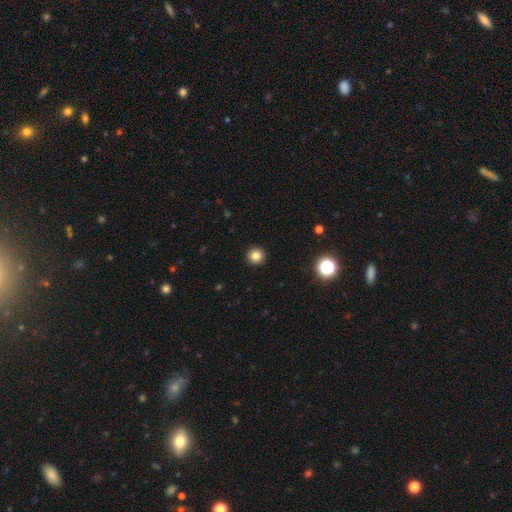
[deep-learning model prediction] Smooth or featured?
  - smooth: 82% *
  - star or artifact: 13%
  - featured or disk: 5%
How rounded?
  - round: 95% *
  - in between: 4%
  - cigar-shaped: 1%
Merging?
  - none: 93% *
  - minor disturbance: 4%
  - major disturbance: 2%
  - merger: 1%